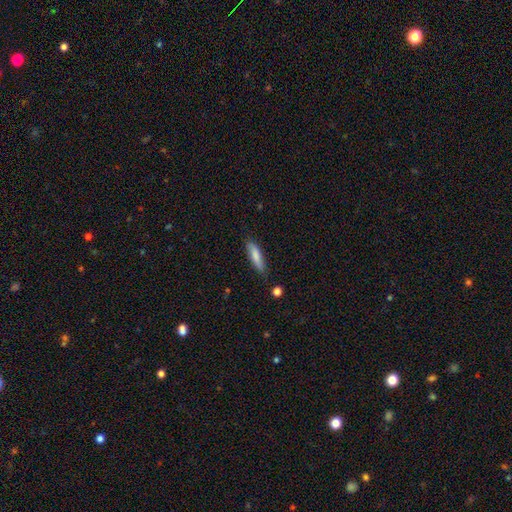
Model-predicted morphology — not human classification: Smooth or featured? smooth (79%)
How rounded? cigar-shaped (66%)
Merging? none (78%)